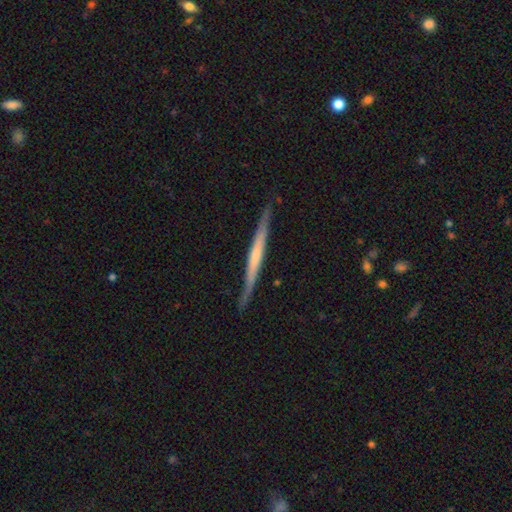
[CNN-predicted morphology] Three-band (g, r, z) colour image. It shows a featured or disk galaxy (61%) viewed edge-on (96%) with no central bulge (66%). Merging: none (85%).